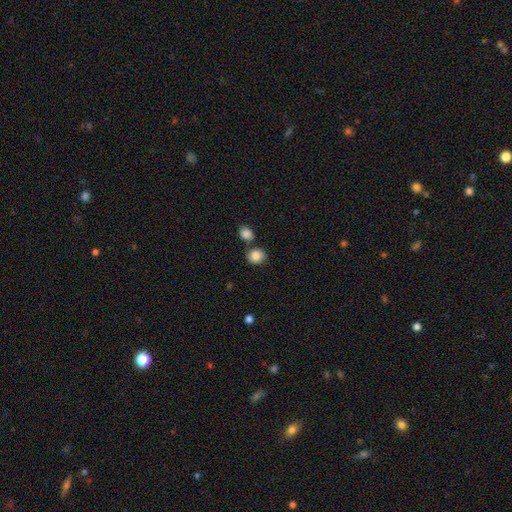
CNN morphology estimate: smooth_or_featured: smooth (p=0.85) [alt: star or artifact p=0.09]
how_rounded: round (p=0.69) [alt: in between p=0.30]
merging: none (p=0.68) [alt: merger p=0.16]